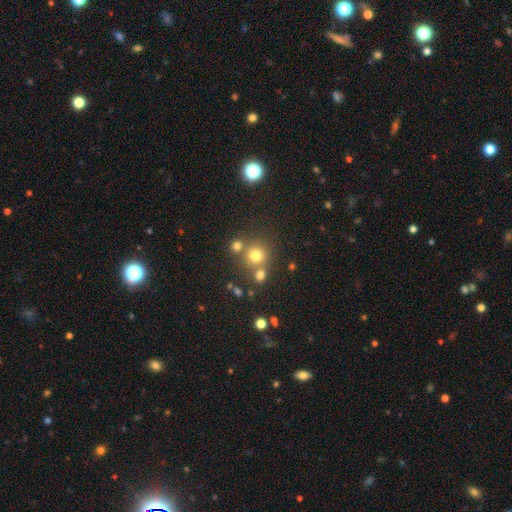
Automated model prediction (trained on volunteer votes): Smooth or featured: smooth — 73% (star or artifact — 17%)
How rounded: round — 87% (in between — 12%)
Merging: none — 63% (merger — 24%)